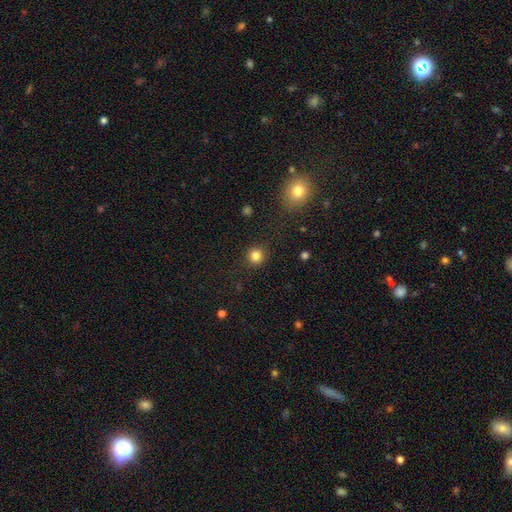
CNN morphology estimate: smooth 84%, star or artifact 12%, featured or disk 4%. Down the decision tree: how rounded — round (92%); merging — none (90%).